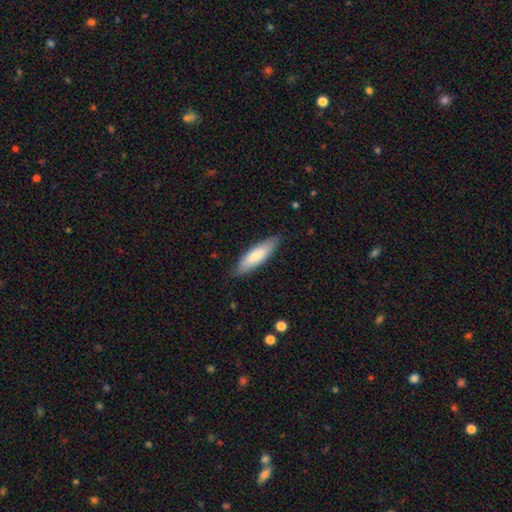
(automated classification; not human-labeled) This appears to be a smooth galaxy with no disk features (76%) that is cigar-shaped (59%). Merging: none (85%).